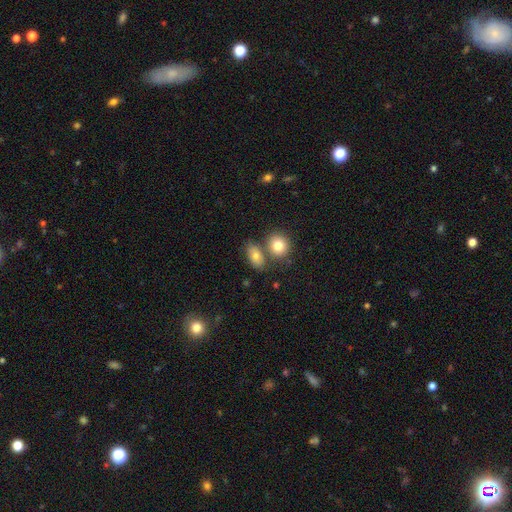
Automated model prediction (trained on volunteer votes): smooth 77%, featured or disk 14%, star or artifact 9%. Down the decision tree: how rounded — in between (75%); merging — none (57%).